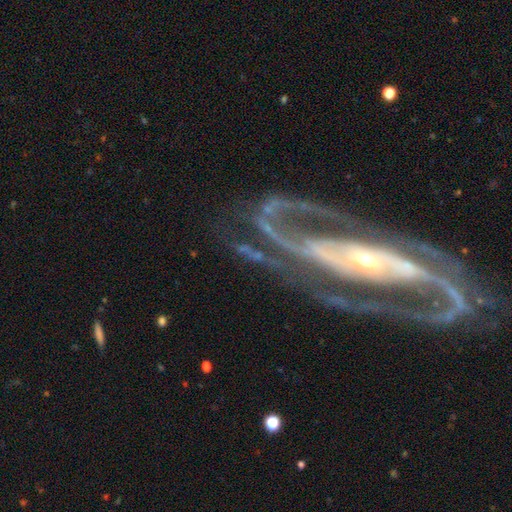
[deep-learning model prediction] Smooth or featured?
  - featured or disk: 72% *
  - star or artifact: 16%
  - smooth: 12%
Edge-on disk?
  - no: 88% *
  - yes: 12%
Bar?
  - strong: 39% *
  - no: 34%
  - weak: 27%
Spiral arms?
  - yes: 80% *
  - no: 20%
Spiral winding?
  - medium: 40% *
  - tight: 35%
  - loose: 25%
Spiral arm count?
  - 2: 48% *
  - can't tell: 19%
  - 1: 10%
  - 3: 10%
  - 4: 7%
  - more than 4: 6%
Bulge size?
  - small: 45% *
  - moderate: 37%
  - none: 8%
  - large: 7%
  - dominant: 3%
Merging?
  - none: 53% *
  - major disturbance: 24%
  - minor disturbance: 16%
  - merger: 7%